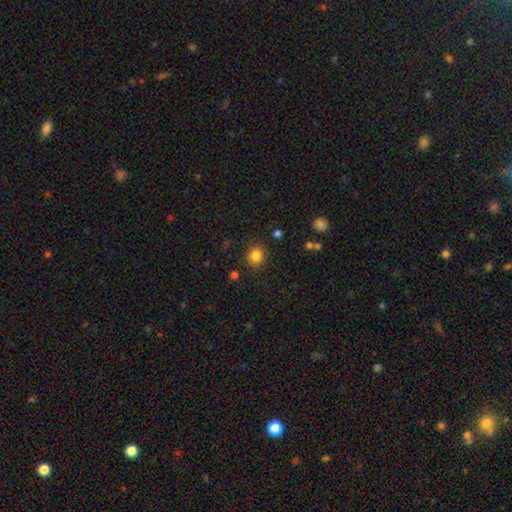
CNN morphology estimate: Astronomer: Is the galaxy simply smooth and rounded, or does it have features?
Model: smooth — 83%.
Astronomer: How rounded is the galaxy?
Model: round — 85%.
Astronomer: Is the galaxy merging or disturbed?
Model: none — 86%.